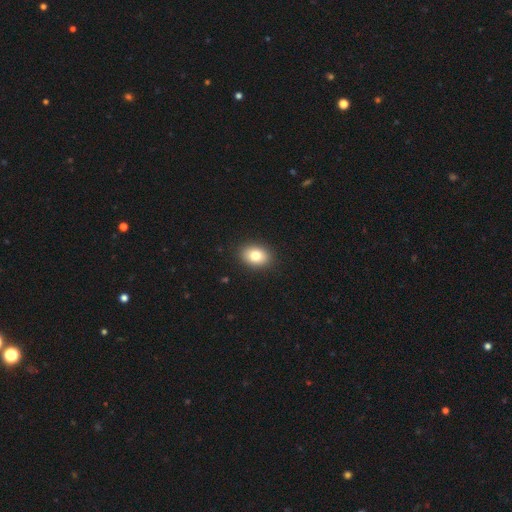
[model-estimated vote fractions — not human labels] smooth_or_featured: smooth (p=0.80) [alt: featured or disk p=0.10]
how_rounded: in between (p=0.71) [alt: round p=0.28]
merging: none (p=0.90) [alt: minor disturbance p=0.07]